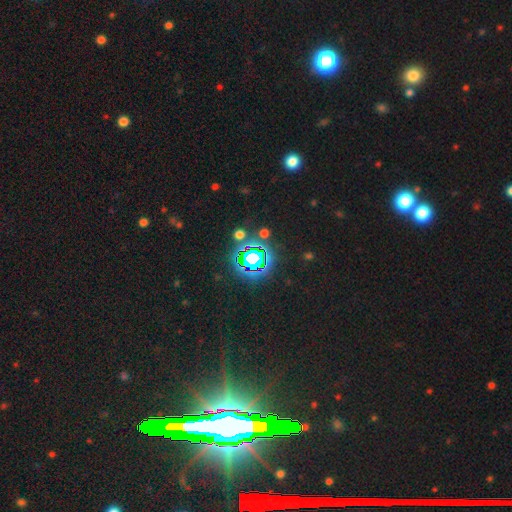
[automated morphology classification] Smooth or featured? Predicted: star or artifact (p=0.79).